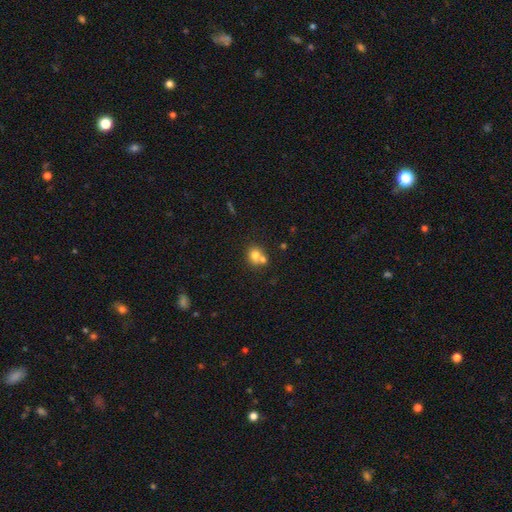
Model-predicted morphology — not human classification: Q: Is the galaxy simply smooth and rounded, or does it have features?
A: smooth — 74%.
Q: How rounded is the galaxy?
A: round — 78%.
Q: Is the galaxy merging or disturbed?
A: merger — 46%.